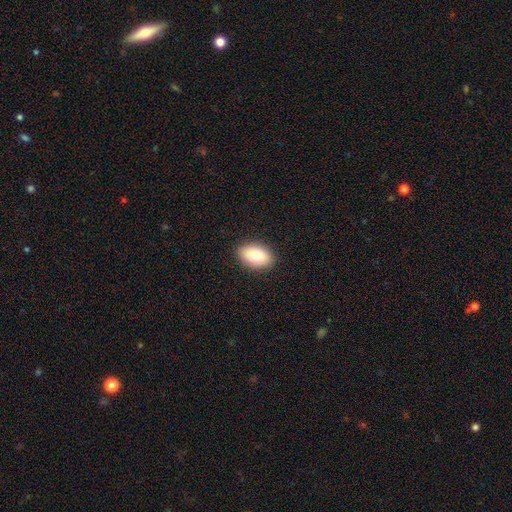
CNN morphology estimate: type=smooth (78%); roundness=in between (88%); merging=none (89%).